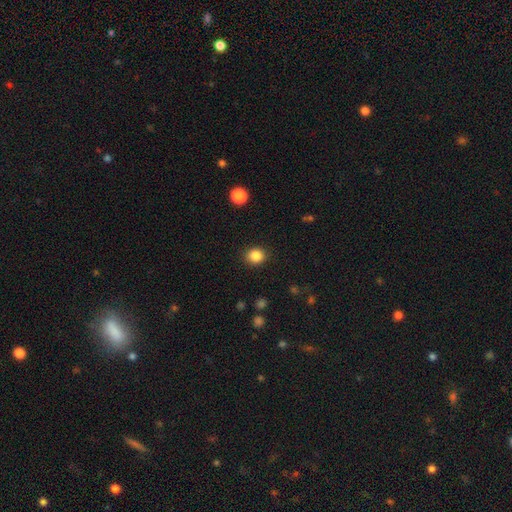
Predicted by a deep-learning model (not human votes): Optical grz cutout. It shows a smooth galaxy with no disk features (86%) that is round (76%). Merging: none (89%).